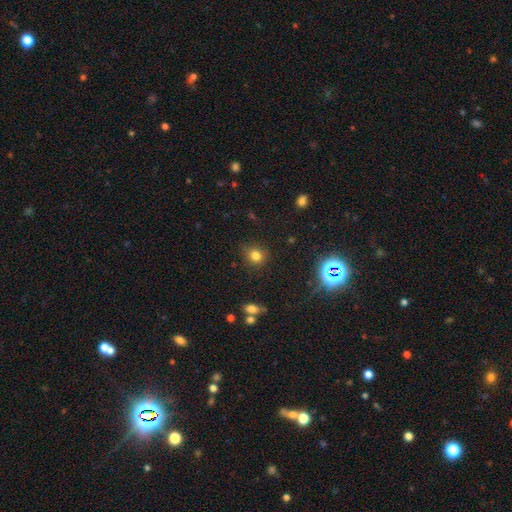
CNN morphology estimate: Smooth or featured?
  - smooth: 78% *
  - star or artifact: 16%
  - featured or disk: 6%
How rounded?
  - round: 79% *
  - in between: 20%
  - cigar-shaped: 1%
Merging?
  - none: 81% *
  - minor disturbance: 13%
  - major disturbance: 4%
  - merger: 2%